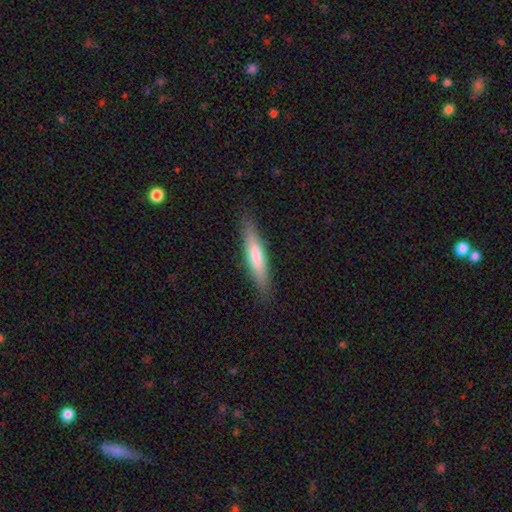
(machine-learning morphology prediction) smooth_or_featured: smooth (p=0.55) [alt: featured or disk p=0.38]
how_rounded: cigar-shaped (p=0.89) [alt: in between p=0.10]
merging: none (p=0.89) [alt: minor disturbance p=0.08]